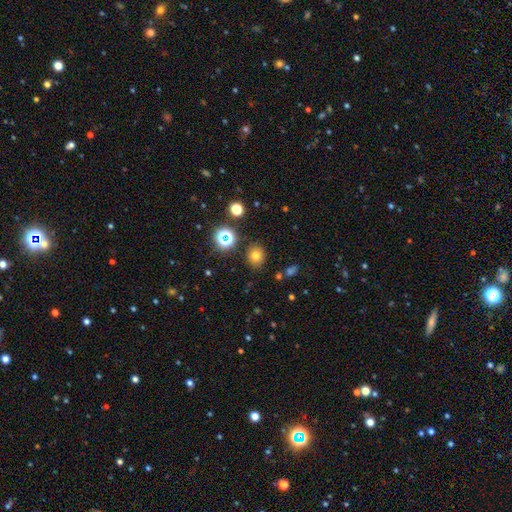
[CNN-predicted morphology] This is likely a smooth galaxy (72%). How rounded: likely round (71%). Merging: clearly none (85%).